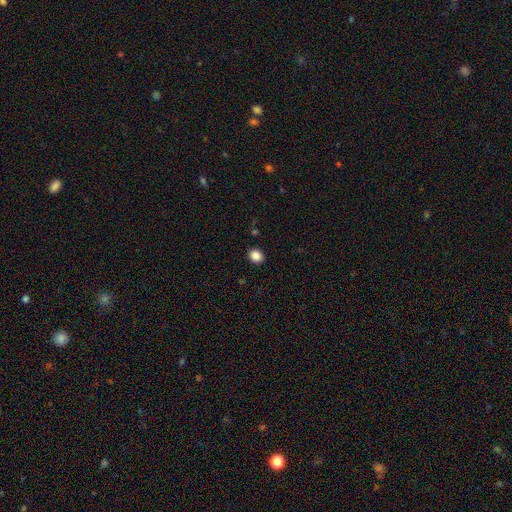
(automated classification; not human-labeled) Smooth or featured? smooth (86%)
How rounded? round (65%)
Merging? none (91%)